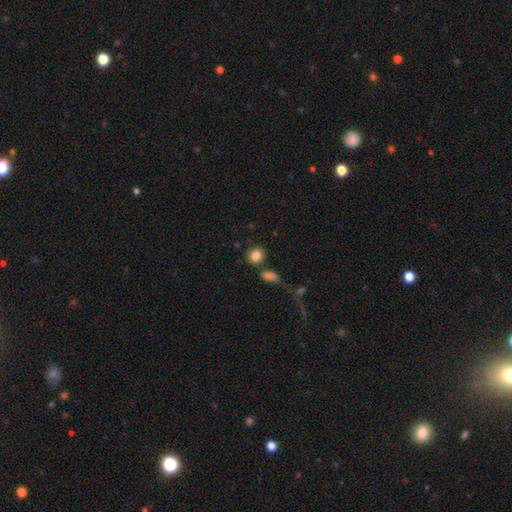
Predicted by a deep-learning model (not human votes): A smooth galaxy with no disk features (85%) that is round (71%). Merging: none (74%).